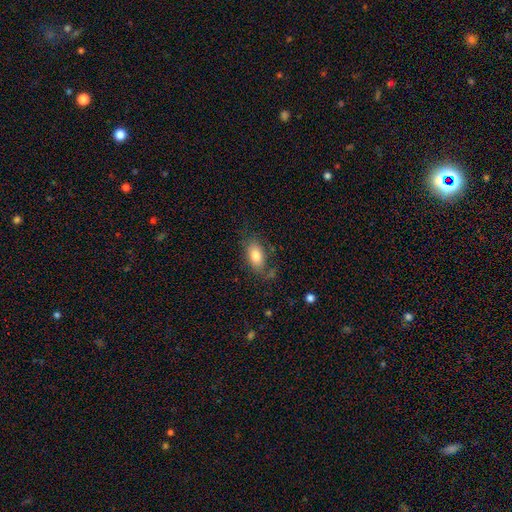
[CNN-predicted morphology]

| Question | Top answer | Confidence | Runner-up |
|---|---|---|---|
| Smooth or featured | smooth | 79% | featured or disk (14%) |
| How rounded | in between | 91% | round (6%) |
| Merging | none | 70% | minor disturbance (19%) |